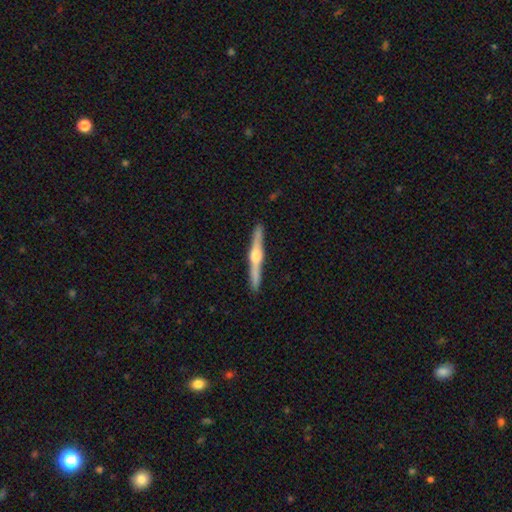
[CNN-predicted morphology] This appears to be a featured or disk galaxy (79%) viewed edge-on (98%) with a rounded central bulge (93%). Merging: none (92%).